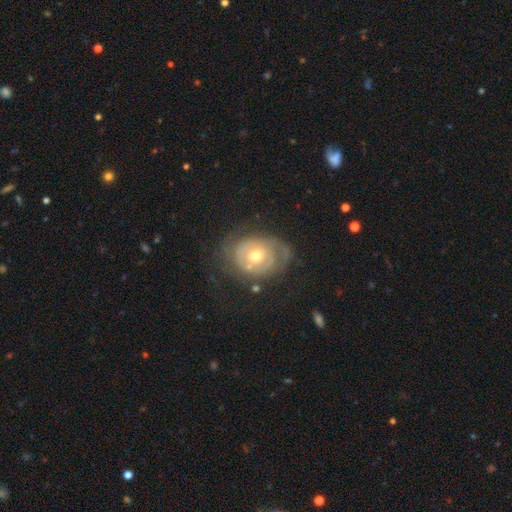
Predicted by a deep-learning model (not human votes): smooth-or-featured: featured or disk: 76% | smooth: 18% | star or artifact: 6%
  disk-edge-on: no: 96% | yes: 4%
    bar: no: 77% | weak: 19% | strong: 4%
    has-spiral-arms: yes: 76% | no: 24%
      spiral-winding: tight: 68% | medium: 22% | loose: 9%
      spiral-arm-count: can't tell: 37% | 2: 30% | 1: 20% | 3: 8% | 4: 3% | more than 4: 3%
    bulge-size: moderate: 65% | small: 29% | large: 4% | none: 1% | dominant: 1%
  merging: none: 60% | minor disturbance: 23% | major disturbance: 15% | merger: 3%